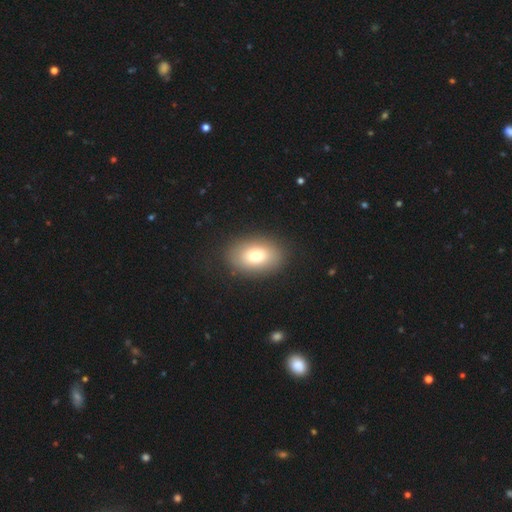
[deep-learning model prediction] smooth_or_featured: smooth (p=0.78) [alt: featured or disk p=0.13]
how_rounded: in between (p=0.84) [alt: round p=0.15]
merging: none (p=0.87) [alt: minor disturbance p=0.09]